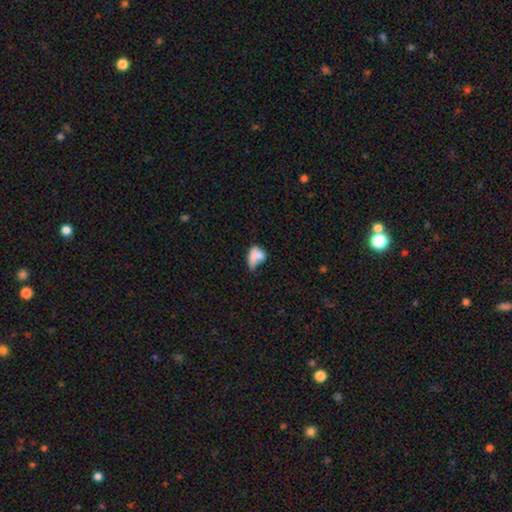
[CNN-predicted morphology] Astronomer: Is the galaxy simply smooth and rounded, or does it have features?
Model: smooth — 66%.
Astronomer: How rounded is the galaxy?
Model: in between — 75%.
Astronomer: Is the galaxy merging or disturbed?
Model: merger — 38% (runner-up: none, 23%).